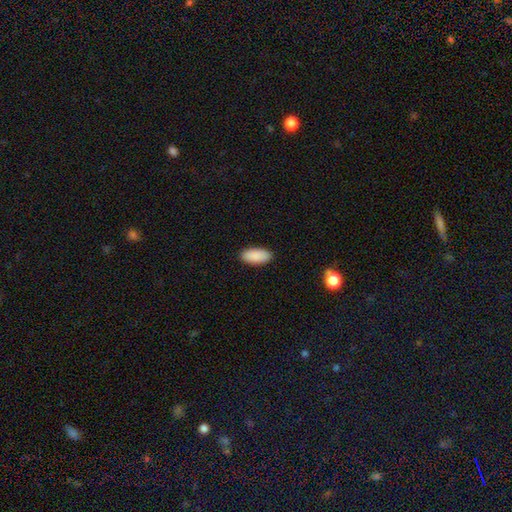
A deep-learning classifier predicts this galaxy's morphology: smooth_or_featured: smooth (p=0.90) [alt: star or artifact p=0.06]
how_rounded: in between (p=0.91) [alt: cigar-shaped p=0.07]
merging: none (p=0.90) [alt: minor disturbance p=0.08]